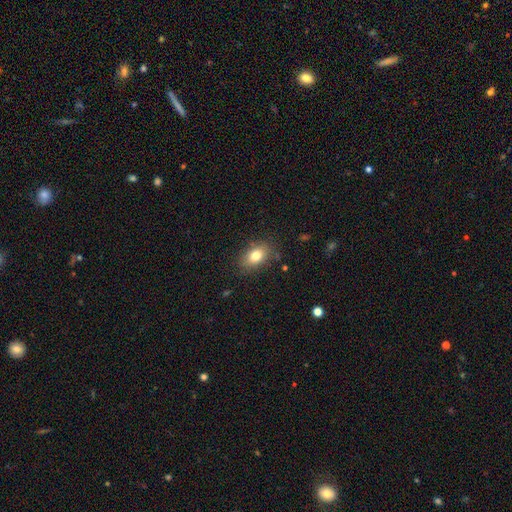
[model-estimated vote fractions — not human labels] This is clearly a smooth galaxy (80%). How rounded: clearly in between (82%). Merging: clearly none (82%).